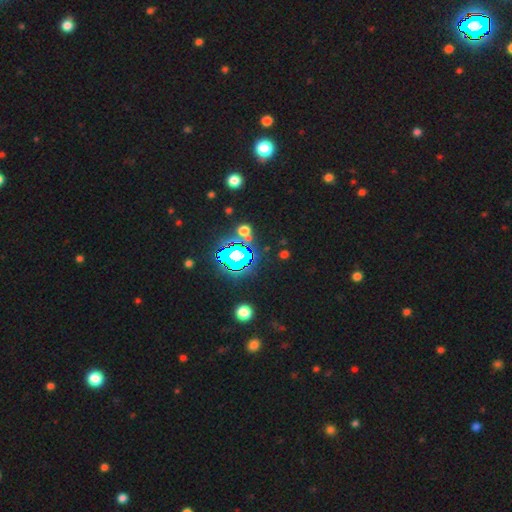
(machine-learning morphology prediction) Overall: star or artifact (81%).